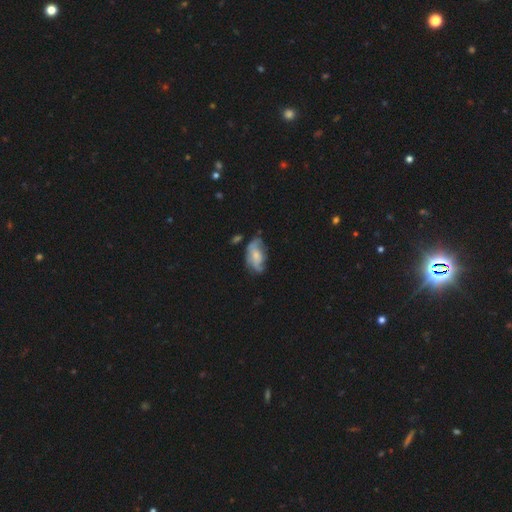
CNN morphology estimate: featured or disk 48%, smooth 45%, star or artifact 7%. Down the decision tree: merging — none (48%).